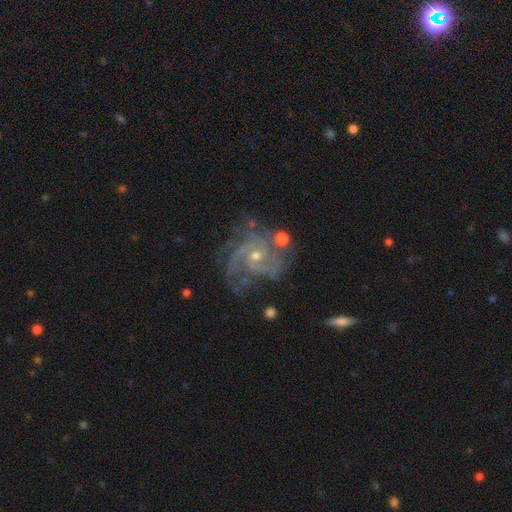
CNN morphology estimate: smooth_or_featured: featured or disk (p=0.89) [alt: star or artifact p=0.06]
disk_edge_on: no (p=0.98) [alt: yes p=0.02]
bar: no (p=0.66) [alt: weak p=0.28]
has_spiral_arms: yes (p=0.97) [alt: no p=0.03]
spiral_winding: tight (p=0.48) [alt: medium p=0.42]
spiral_arm_count: 3 (p=0.32) [alt: 2 p=0.26]
bulge_size: small (p=0.55) [alt: moderate p=0.42]
merging: none (p=0.59) [alt: minor disturbance p=0.22]